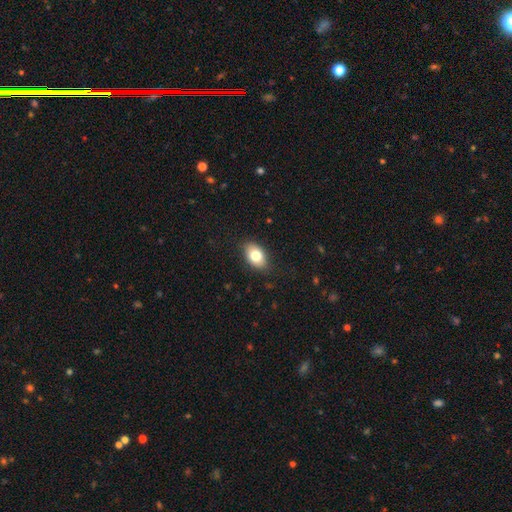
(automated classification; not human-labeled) This appears to be a smooth galaxy with no disk features (79%) that is in between round and cigar-shaped (87%). Merging: none (86%).